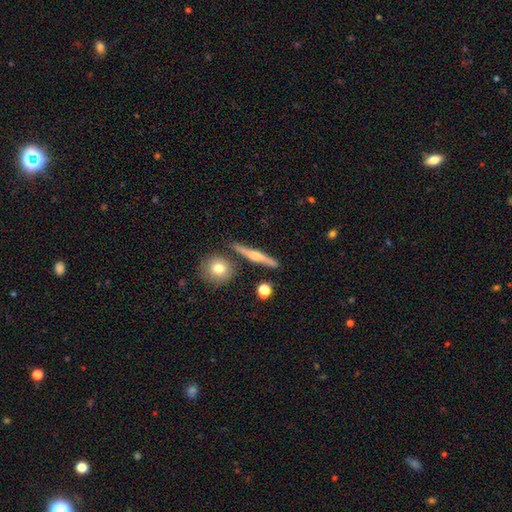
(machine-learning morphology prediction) Smooth or featured? featured or disk (57%)
Edge-on disk? yes (93%)
Edge-on bulge? rounded (66%)
Merging? none (81%)